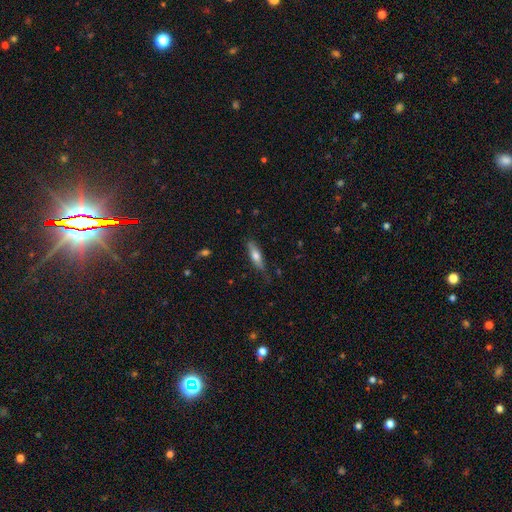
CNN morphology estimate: smooth_or_featured: smooth (p=0.63) [alt: featured or disk p=0.31]
how_rounded: cigar-shaped (p=0.60) [alt: in between p=0.37]
merging: none (p=0.74) [alt: minor disturbance p=0.20]